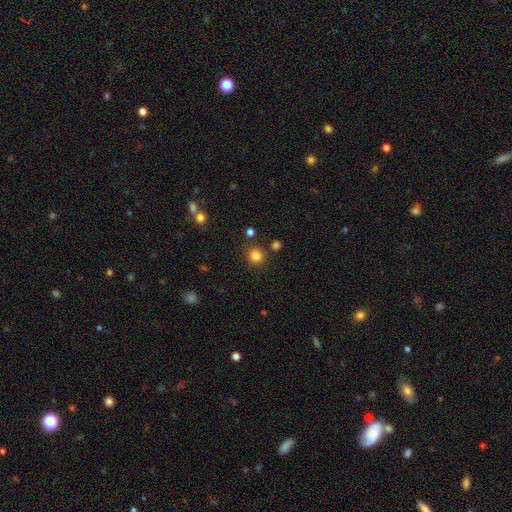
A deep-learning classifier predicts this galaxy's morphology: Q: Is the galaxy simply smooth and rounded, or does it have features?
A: smooth — 82%.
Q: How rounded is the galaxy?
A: round — 93%.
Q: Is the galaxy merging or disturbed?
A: none — 87%.